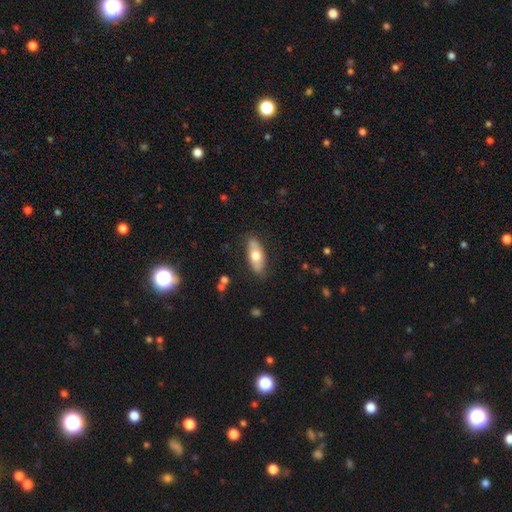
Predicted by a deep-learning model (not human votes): smooth 64%, featured or disk 30%, star or artifact 6%. Down the decision tree: how rounded — in between (80%); merging — none (84%).